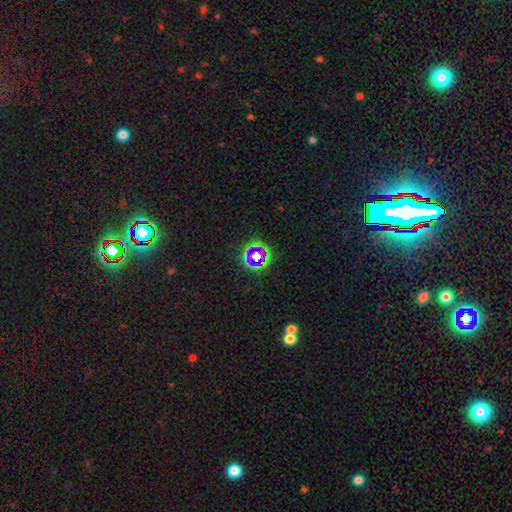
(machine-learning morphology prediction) Smooth or featured?
  - star or artifact: 65% *
  - smooth: 22%
  - featured or disk: 13%